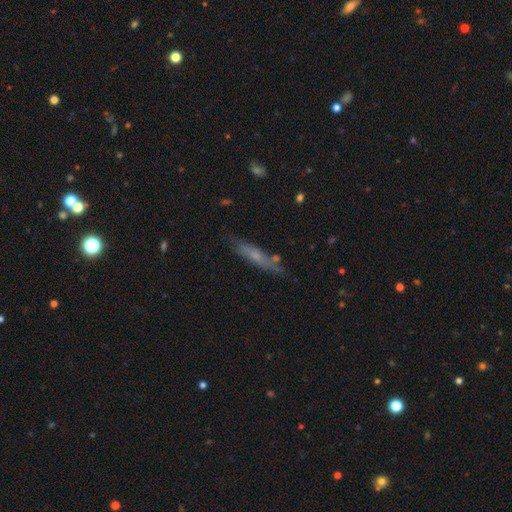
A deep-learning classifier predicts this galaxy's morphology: smooth 51%, featured or disk 39%, star or artifact 9%. Down the decision tree: how rounded — cigar-shaped (85%); merging — none (71%).